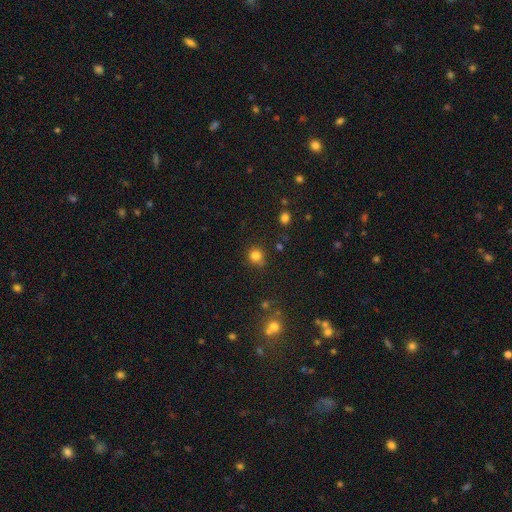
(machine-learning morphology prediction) smooth 81%, star or artifact 14%, featured or disk 5%. Down the decision tree: how rounded — round (88%); merging — none (75%).